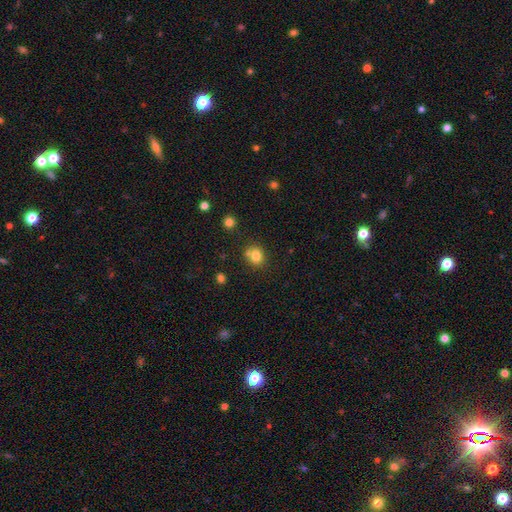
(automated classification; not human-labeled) Q: Smooth or featured?
A: smooth (79%); runner-up: star or artifact (12%)
Q: How rounded?
A: round (74%); runner-up: in between (26%)
Q: Merging?
A: none (62%); runner-up: merger (22%)